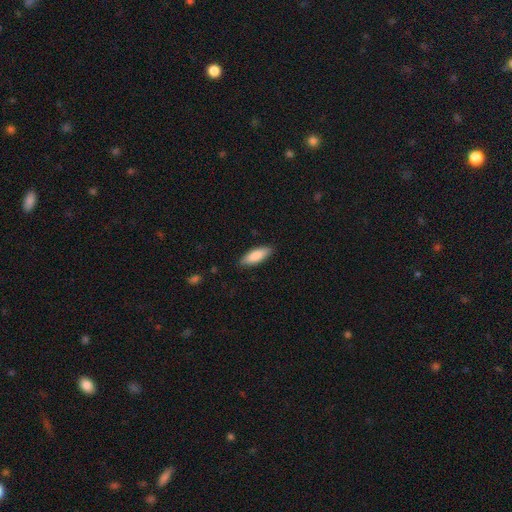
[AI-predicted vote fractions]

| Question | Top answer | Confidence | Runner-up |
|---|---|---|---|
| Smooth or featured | smooth | 86% | featured or disk (9%) |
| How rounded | in between | 66% | cigar-shaped (33%) |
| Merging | none | 87% | minor disturbance (10%) |